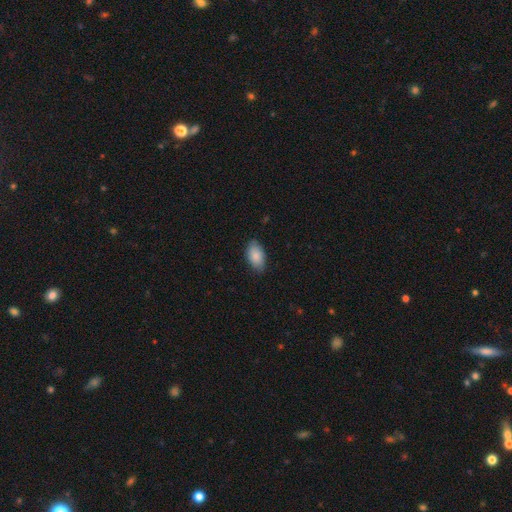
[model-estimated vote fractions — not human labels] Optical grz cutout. It shows a smooth galaxy with no disk features (87%) that is in between round and cigar-shaped (94%). Merging: none (81%).